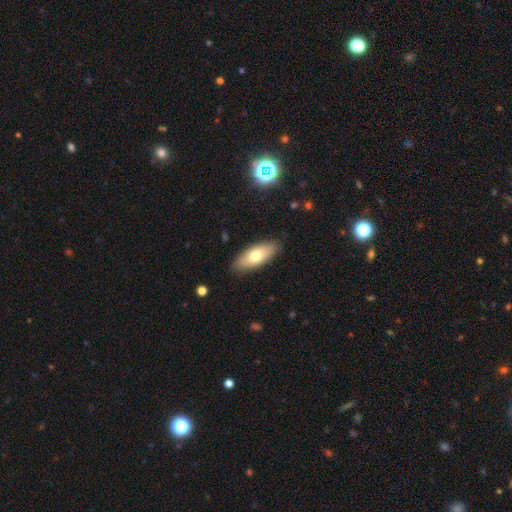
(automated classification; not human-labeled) Morphology: type=smooth (72%); roundness=in between (81%); merging=none (87%).